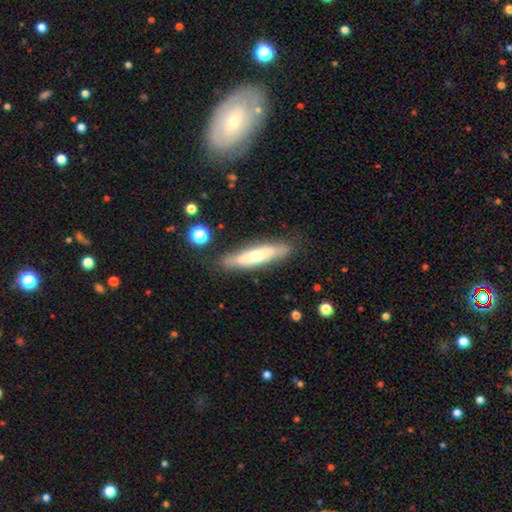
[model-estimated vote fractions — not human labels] smooth_or_featured: smooth (p=0.47) [alt: featured or disk p=0.46]
merging: none (p=0.78) [alt: minor disturbance p=0.15]